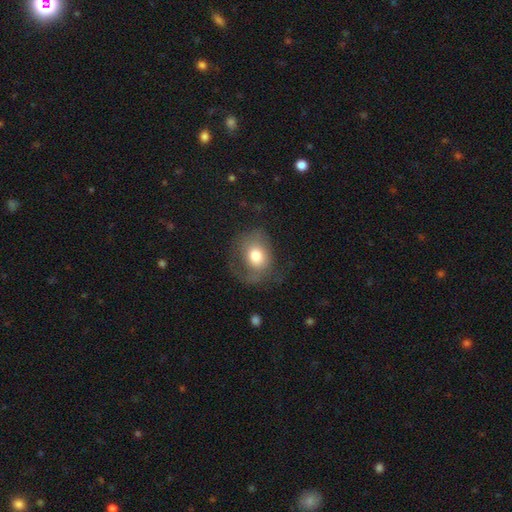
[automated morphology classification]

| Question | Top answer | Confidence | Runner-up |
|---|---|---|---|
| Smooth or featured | smooth | 67% | featured or disk (24%) |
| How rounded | round | 52% | in between (47%) |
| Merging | none | 44% | major disturbance (29%) |